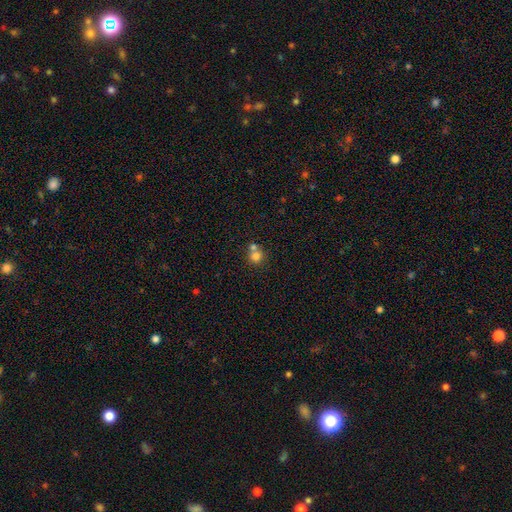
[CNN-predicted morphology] Q: Smooth or featured?
A: smooth (76%); runner-up: star or artifact (12%)
Q: How rounded?
A: round (89%); runner-up: in between (11%)
Q: Merging?
A: merger (46%); tied with: none (46%)